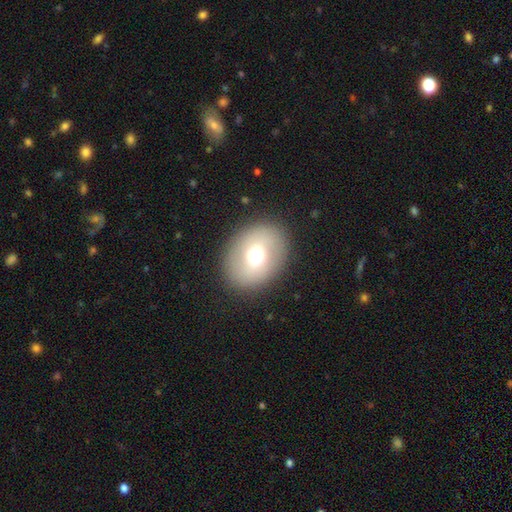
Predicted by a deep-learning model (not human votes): Overall: smooth (61%; featured or disk 28%). How rounded: in between (56%; round 43%). Merging: none (86%).